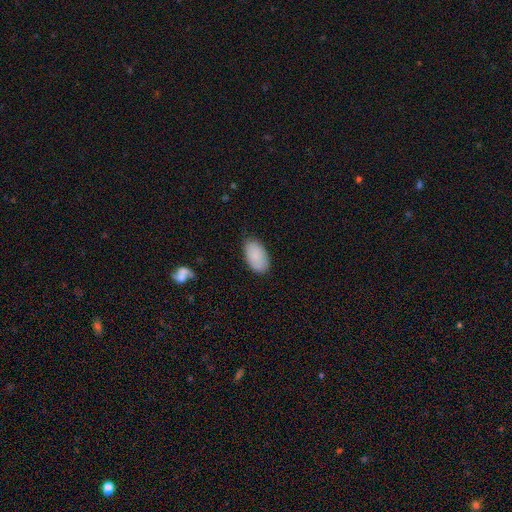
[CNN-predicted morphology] A smooth galaxy with no disk features (87%) that is in between round and cigar-shaped (95%).

Vote fractions:
- Smooth or featured? smooth: 87% / featured or disk: 7% / star or artifact: 6%
- How rounded? in between: 95% / round: 3% / cigar-shaped: 2%
- Merging? none: 80% / minor disturbance: 16% / major disturbance: 3% / merger: 1%